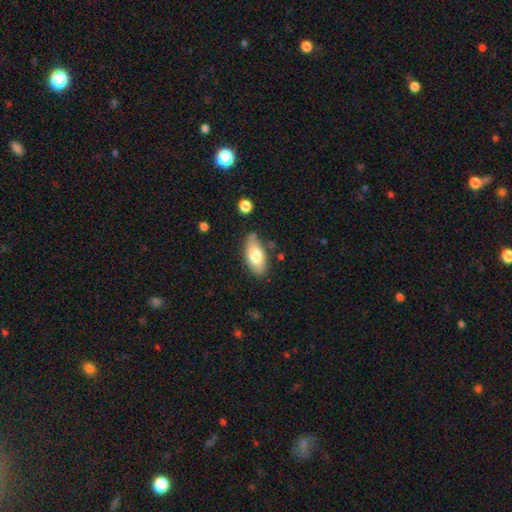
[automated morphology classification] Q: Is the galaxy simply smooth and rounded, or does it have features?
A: smooth — 74%.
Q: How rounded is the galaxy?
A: in between — 89%.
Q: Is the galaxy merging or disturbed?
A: none — 74%.